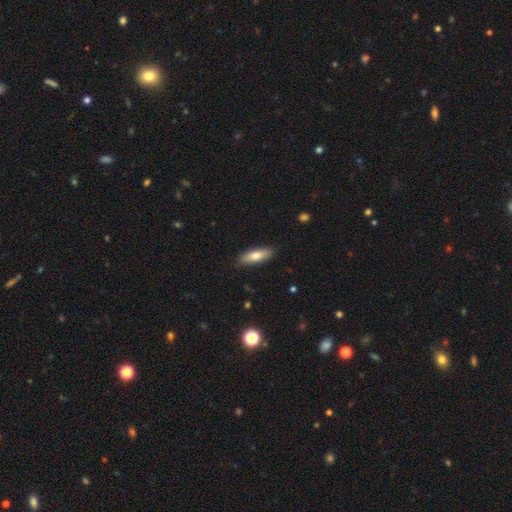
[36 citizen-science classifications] Smooth or featured? 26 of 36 (72%) said smooth. How rounded? 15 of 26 (58%) said cigar-shaped. Merging? 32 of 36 (89%) said none.